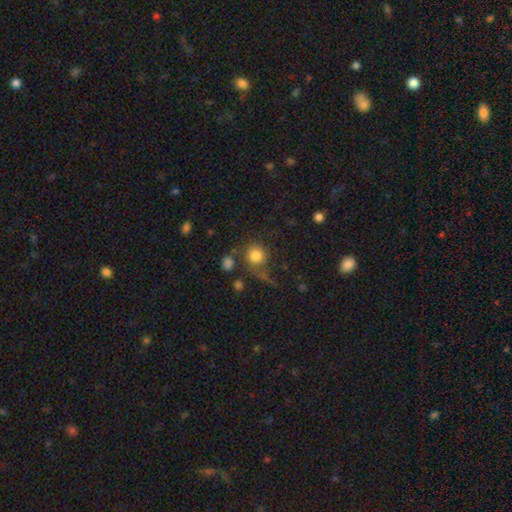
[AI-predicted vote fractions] A smooth galaxy with no disk features (80%) that is round (86%). Merging: none (54%).